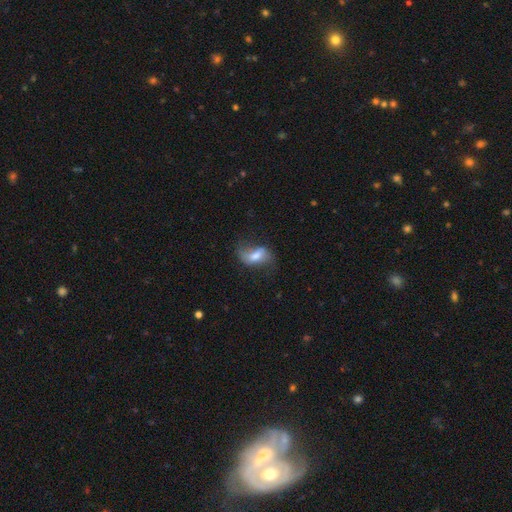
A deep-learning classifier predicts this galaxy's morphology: smooth_or_featured: featured or disk (p=0.46) [alt: smooth p=0.45]
merging: none (p=0.54) [alt: minor disturbance p=0.25]